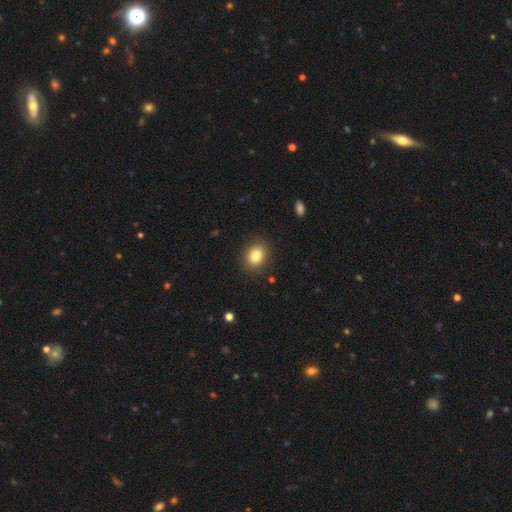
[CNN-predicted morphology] This is clearly a smooth galaxy (83%). How rounded: possibly round (56%). Merging: clearly none (88%).